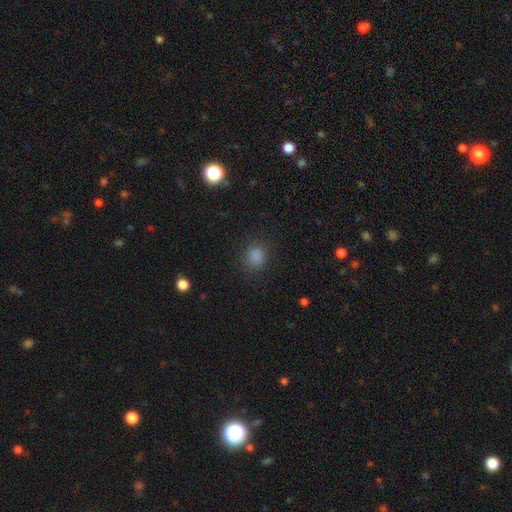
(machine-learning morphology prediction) Smooth or featured? Predicted: smooth (p=0.81). How rounded? Predicted: round (p=0.77). Merging? Predicted: none (p=0.86).